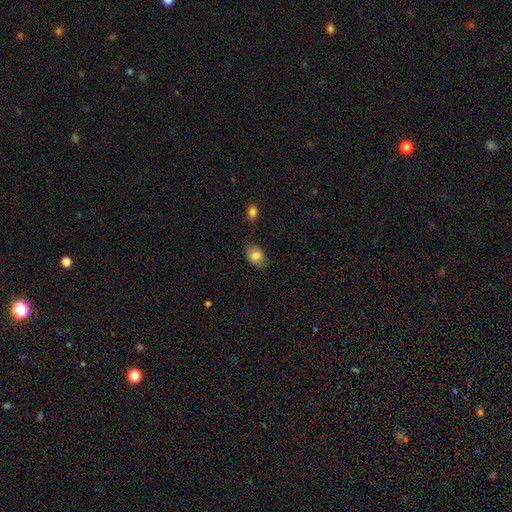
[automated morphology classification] Overall: smooth (81%). How rounded: in between (79%). Merging: none (81%).